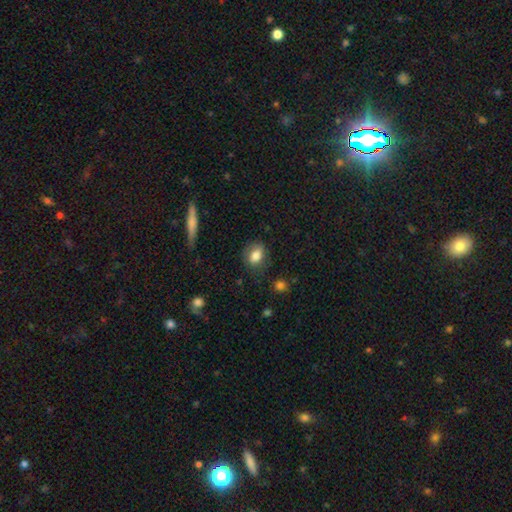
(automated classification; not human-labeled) This appears to be a smooth galaxy with no disk features (81%) that is in between round and cigar-shaped (64%). Merging: none (75%).